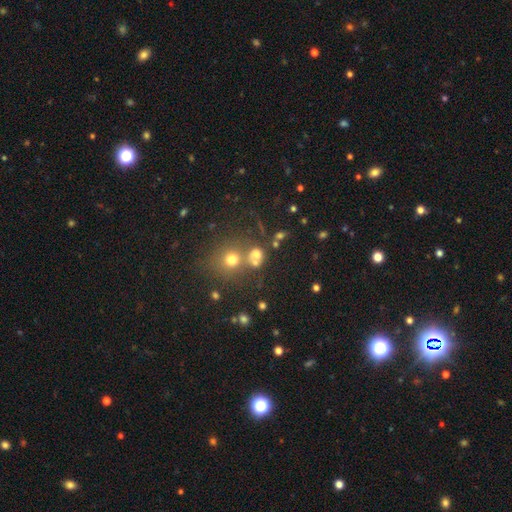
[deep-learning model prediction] This appears to be a smooth galaxy with no disk features (66%) that is round (74%). Merging: none (47%).